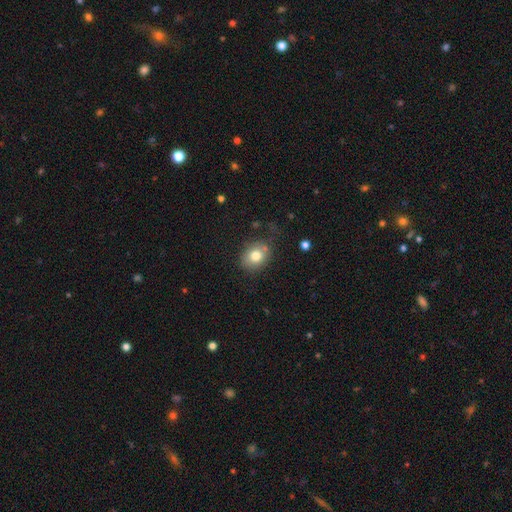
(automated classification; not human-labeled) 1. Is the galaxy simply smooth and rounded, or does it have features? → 78% smooth, 12% featured or disk, 10% star or artifact.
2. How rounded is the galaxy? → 53% round, 46% in between, 1% cigar-shaped.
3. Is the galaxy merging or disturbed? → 72% none, 18% minor disturbance, 6% major disturbance, 4% merger.